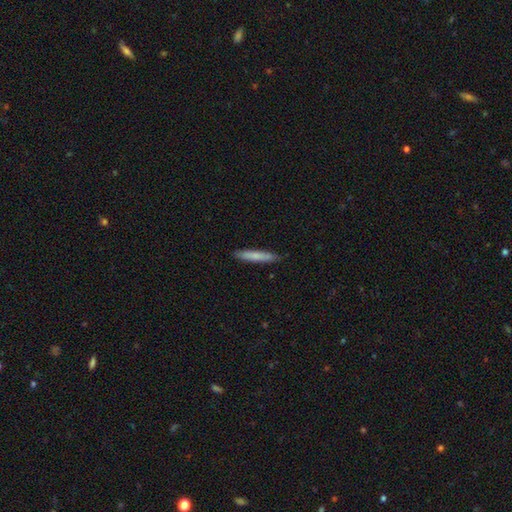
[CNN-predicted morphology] A smooth galaxy with no disk features (76%) that is cigar-shaped (93%). Merging: none (88%).